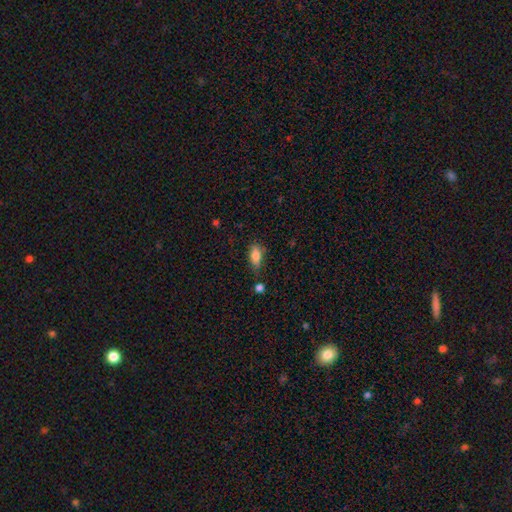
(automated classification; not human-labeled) smooth 82%, featured or disk 10%, star or artifact 8%. Down the decision tree: how rounded — in between (84%); merging — none (62%).